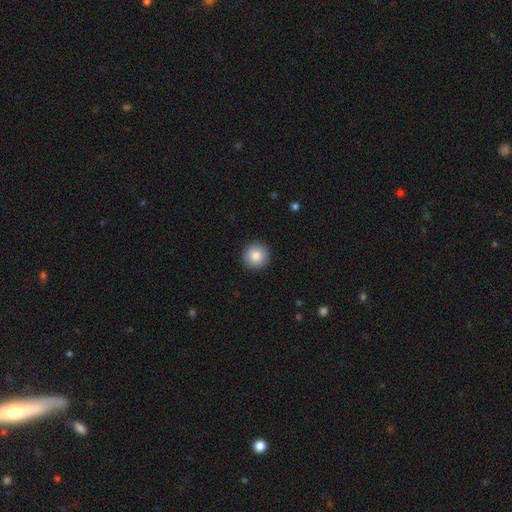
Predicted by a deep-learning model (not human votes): Morphology: type=smooth (86%); roundness=round (95%); merging=none (92%).